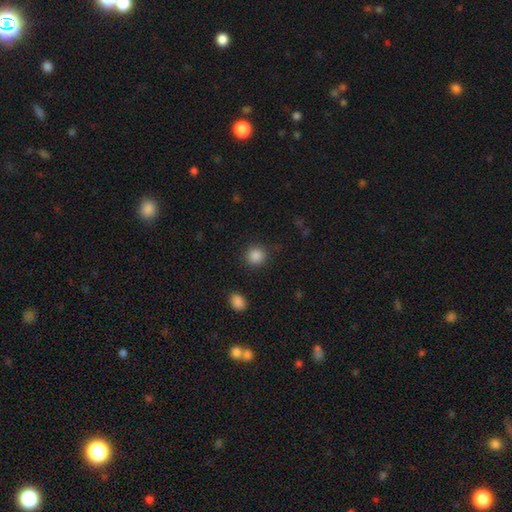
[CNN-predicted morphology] smooth_or_featured: smooth (p=0.87) [alt: star or artifact p=0.10]
how_rounded: round (p=0.91) [alt: in between p=0.09]
merging: none (p=0.88) [alt: minor disturbance p=0.07]